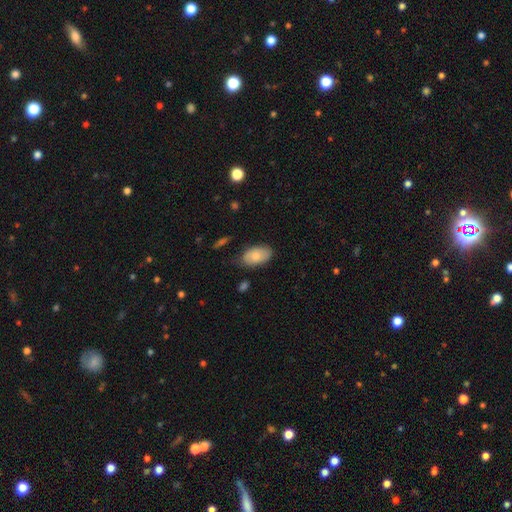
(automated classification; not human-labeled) smooth 80%, featured or disk 14%, star or artifact 6%. Down the decision tree: how rounded — in between (94%); merging — none (74%).